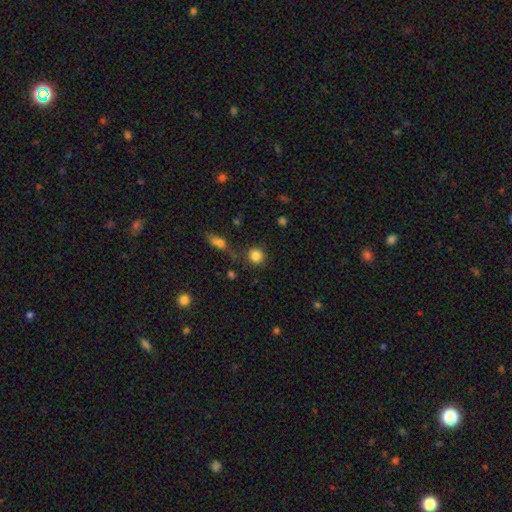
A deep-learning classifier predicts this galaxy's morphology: Smooth or featured? Predicted: smooth (p=0.85). How rounded? Predicted: round (p=0.92). Merging? Predicted: none (p=0.82).